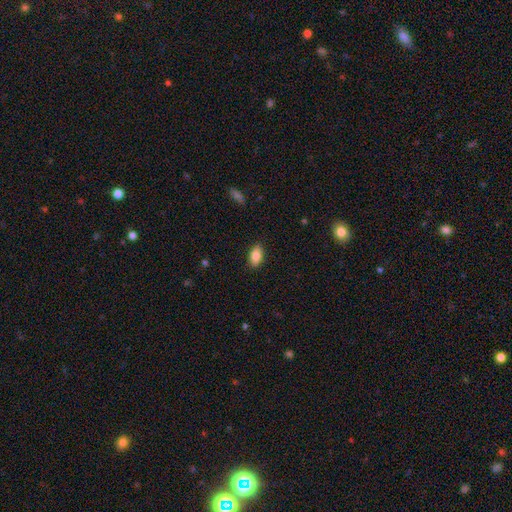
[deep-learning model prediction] smooth 84%, featured or disk 8%, star or artifact 7%. Down the decision tree: how rounded — in between (92%); merging — none (88%).